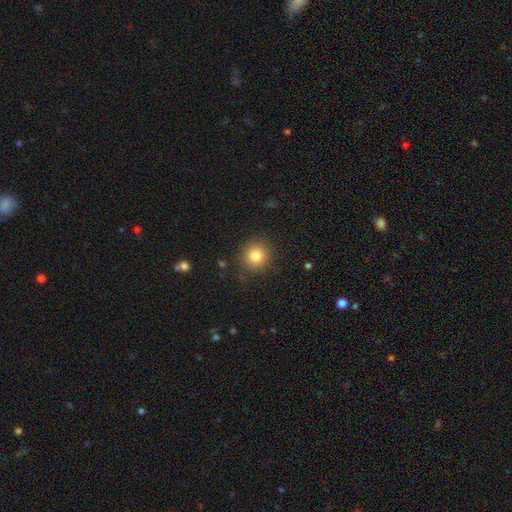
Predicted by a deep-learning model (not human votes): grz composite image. It shows a smooth galaxy with no disk features (82%) that is round (92%). Merging: none (89%).